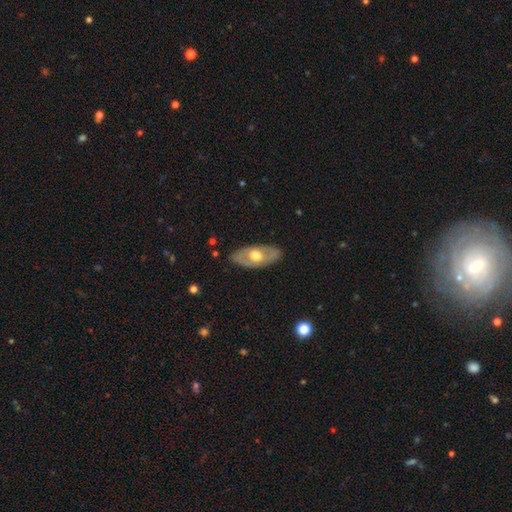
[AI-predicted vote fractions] The model was most divided on "smooth or featured": featured or disk: 56%, smooth: 40%, star or artifact: 5%. More confident: merging — none (83%); edge-on disk — no (81%).